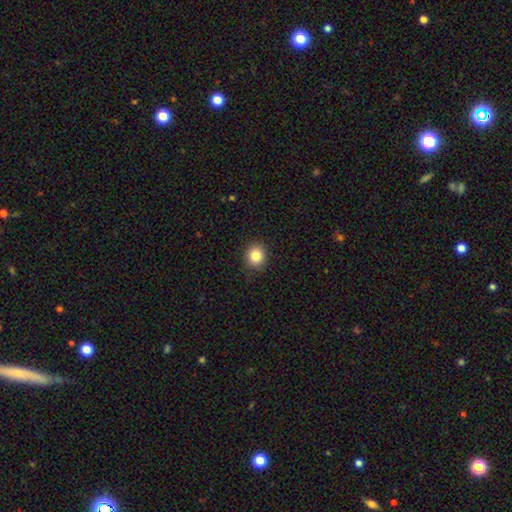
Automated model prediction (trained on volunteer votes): A smooth galaxy with no disk features (84%) that is round (79%). Merging: none (90%).